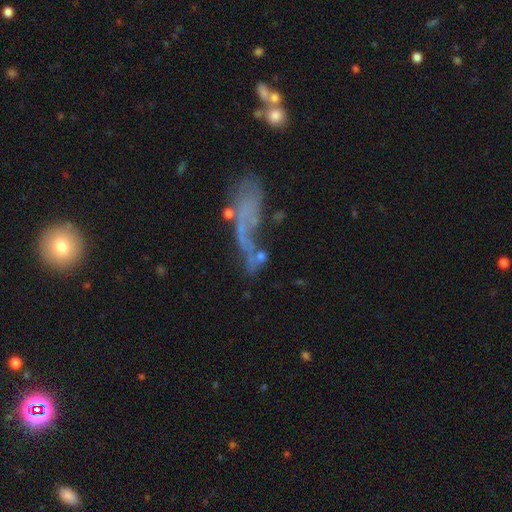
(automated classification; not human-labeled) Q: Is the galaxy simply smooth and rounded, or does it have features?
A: featured or disk — 41%.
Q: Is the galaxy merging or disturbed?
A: none — 31%.